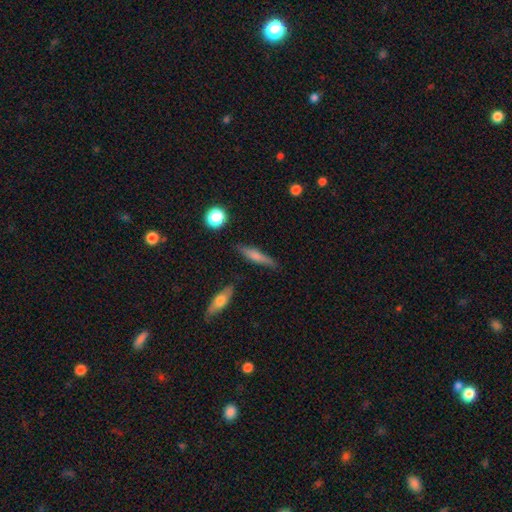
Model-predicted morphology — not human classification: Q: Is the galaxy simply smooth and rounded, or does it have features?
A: smooth — 63%.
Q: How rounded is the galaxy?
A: cigar-shaped — 79%.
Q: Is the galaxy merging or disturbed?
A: none — 81%.